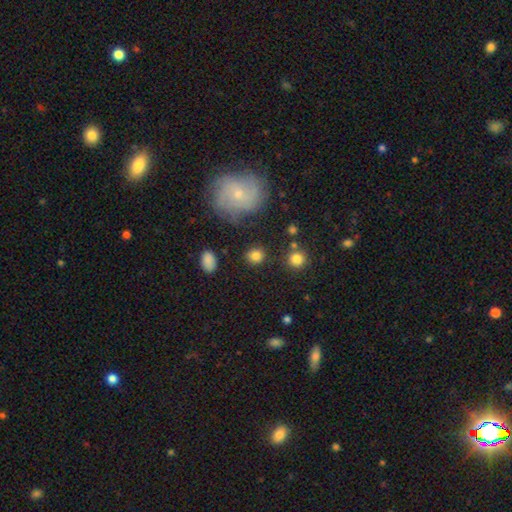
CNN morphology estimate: Q: Smooth or featured?
A: smooth (83%); runner-up: star or artifact (10%)
Q: How rounded?
A: round (84%); runner-up: in between (15%)
Q: Merging?
A: none (84%); runner-up: minor disturbance (9%)